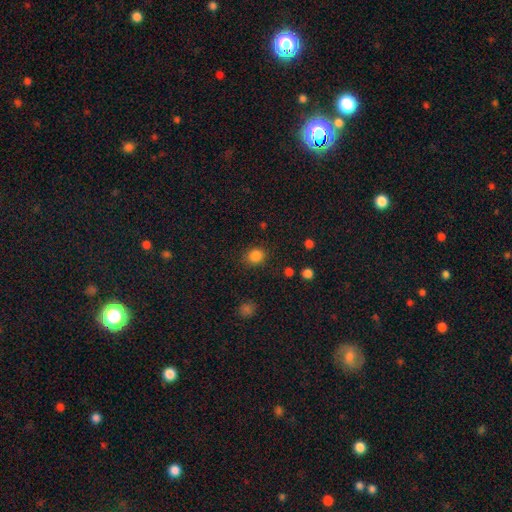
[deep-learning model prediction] Q: Smooth or featured?
A: smooth (85%); runner-up: star or artifact (12%)
Q: How rounded?
A: round (75%); runner-up: in between (24%)
Q: Merging?
A: none (84%); runner-up: minor disturbance (10%)